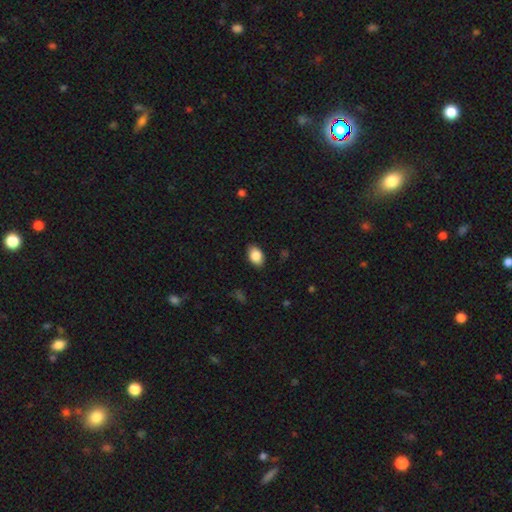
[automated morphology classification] smooth 87%, star or artifact 7%, featured or disk 6%. Down the decision tree: how rounded — in between (87%); merging — none (87%).